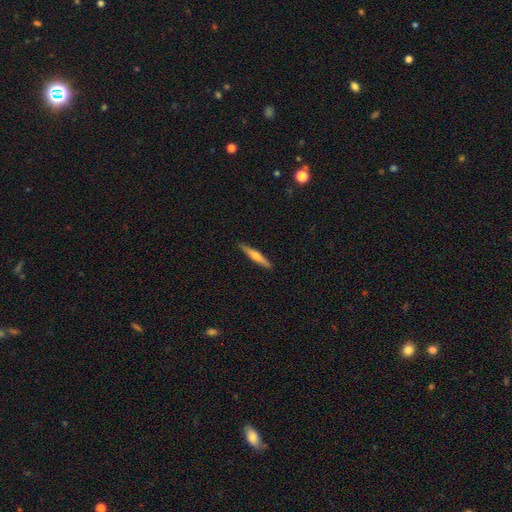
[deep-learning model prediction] Smooth or featured? Predicted: featured or disk (p=0.48). Merging? Predicted: none (p=0.90).